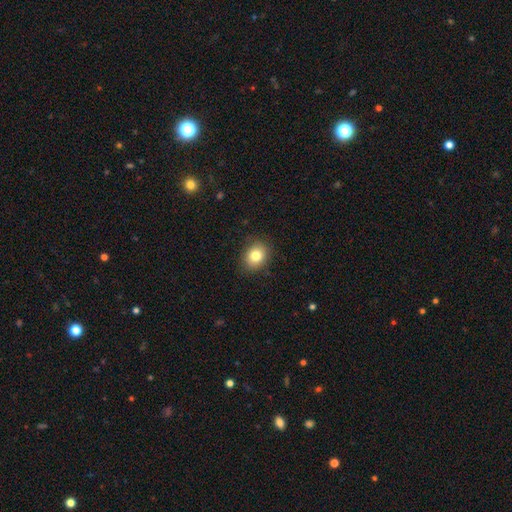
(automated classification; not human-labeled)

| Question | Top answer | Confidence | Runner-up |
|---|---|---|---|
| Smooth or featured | smooth | 81% | star or artifact (10%) |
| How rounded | round | 58% | in between (41%) |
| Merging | none | 87% | minor disturbance (9%) |